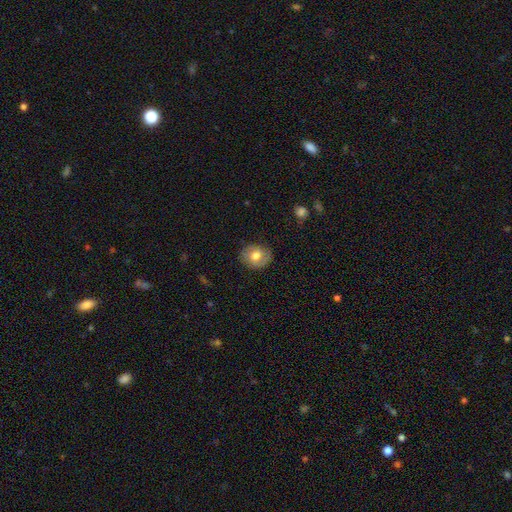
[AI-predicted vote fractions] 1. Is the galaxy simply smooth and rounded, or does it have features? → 63% smooth, 29% featured or disk, 8% star or artifact.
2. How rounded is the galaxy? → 62% round, 37% in between, 1% cigar-shaped.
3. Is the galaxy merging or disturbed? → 82% none, 13% minor disturbance, 3% major disturbance, 1% merger.